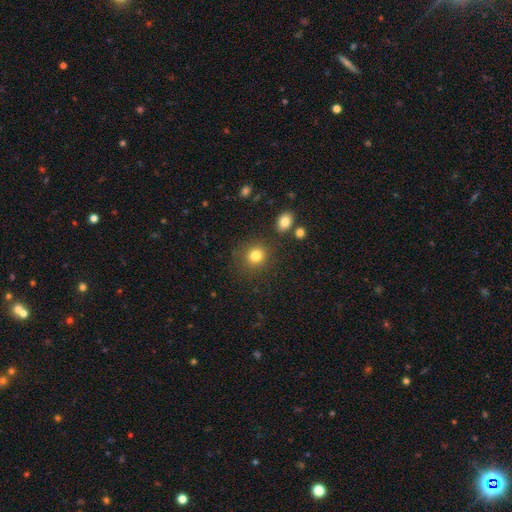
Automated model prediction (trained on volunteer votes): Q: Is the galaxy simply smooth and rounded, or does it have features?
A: smooth — 81%.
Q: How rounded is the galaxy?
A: round — 86%.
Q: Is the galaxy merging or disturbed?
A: none — 83%.